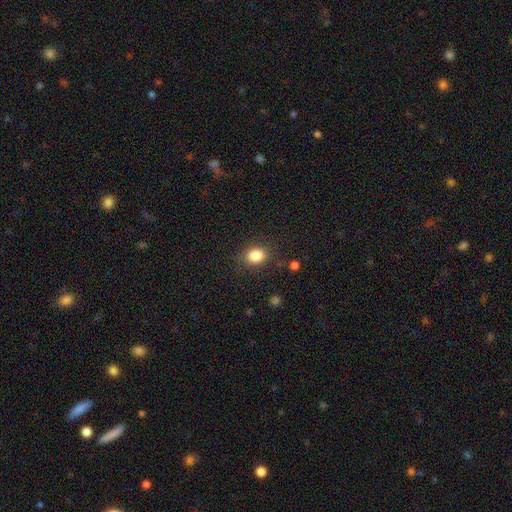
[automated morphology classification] Smooth or featured: smooth — 85% (star or artifact — 10%)
How rounded: in between — 54% (round — 45%)
Merging: none — 84% (minor disturbance — 11%)